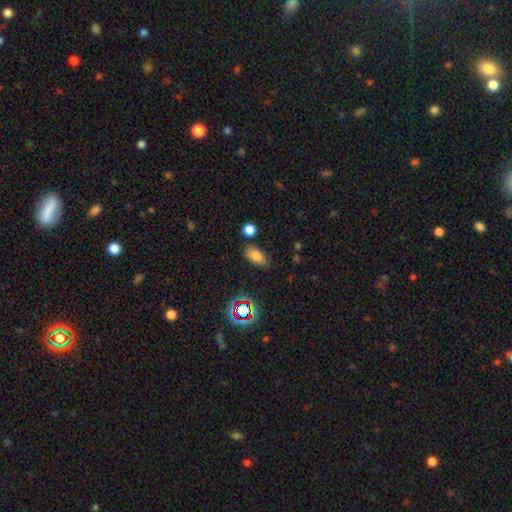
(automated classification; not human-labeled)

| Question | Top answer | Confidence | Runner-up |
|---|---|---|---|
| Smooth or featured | smooth | 77% | star or artifact (14%) |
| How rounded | in between | 89% | round (7%) |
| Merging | none | 81% | minor disturbance (12%) |